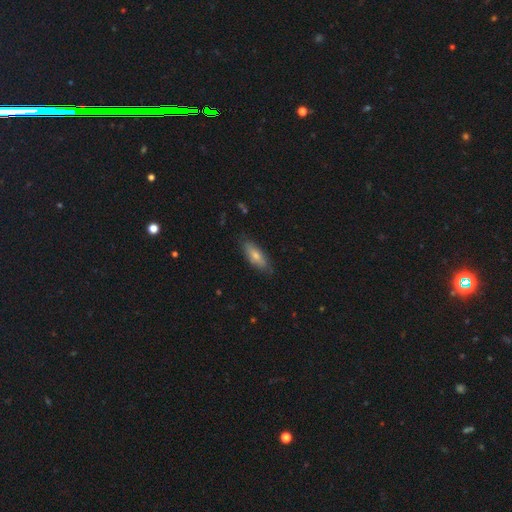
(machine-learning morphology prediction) The model was most divided on "how rounded": in between: 69%, cigar-shaped: 28%, round: 2%. More confident: merging — none (79%); smooth or featured — smooth (70%).